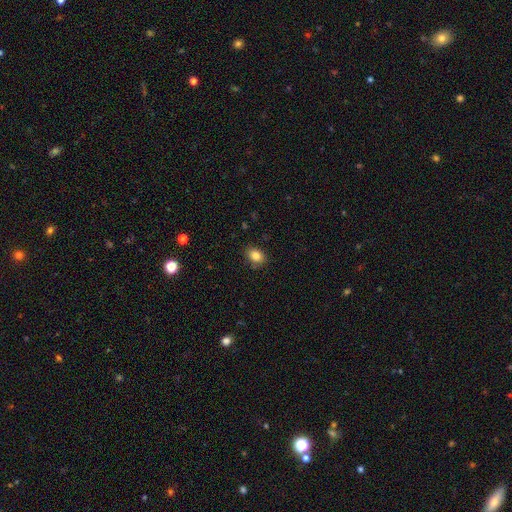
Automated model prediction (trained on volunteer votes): Q: Smooth or featured?
A: smooth (85%); runner-up: star or artifact (10%)
Q: How rounded?
A: in between (66%); runner-up: round (33%)
Q: Merging?
A: none (86%); runner-up: minor disturbance (11%)